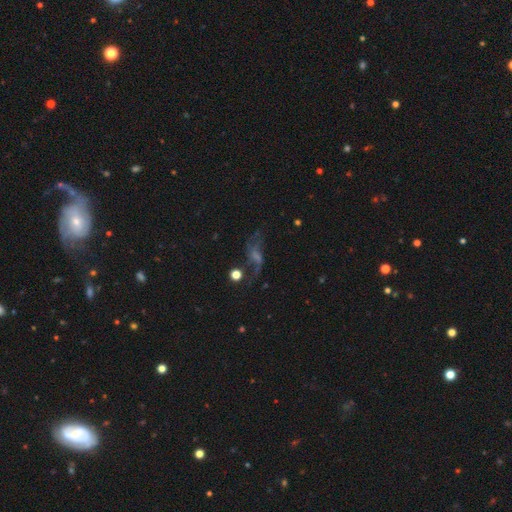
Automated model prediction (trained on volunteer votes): Smooth or featured: featured or disk — 59% (star or artifact — 23%)
Edge-on disk: no — 90% (yes — 10%)
Bar: no — 52% (weak — 36%)
Spiral arms: yes — 79% (no — 21%)
Bulge size: small — 34% (none — 32%)
Merging: none — 50% (major disturbance — 27%)